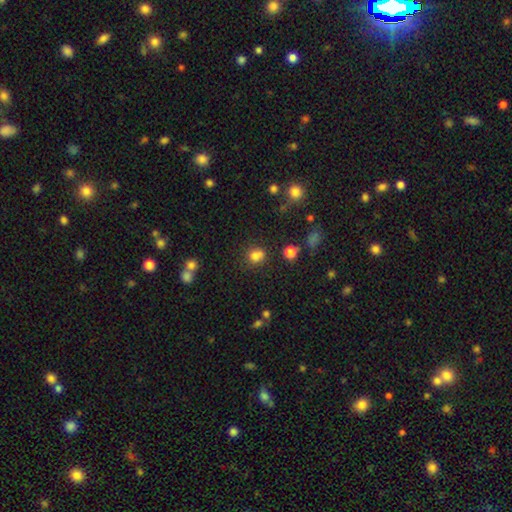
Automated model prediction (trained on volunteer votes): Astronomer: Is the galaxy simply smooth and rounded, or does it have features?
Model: smooth — 77%.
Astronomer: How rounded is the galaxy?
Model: round — 75%.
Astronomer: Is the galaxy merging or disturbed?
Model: none — 57%.